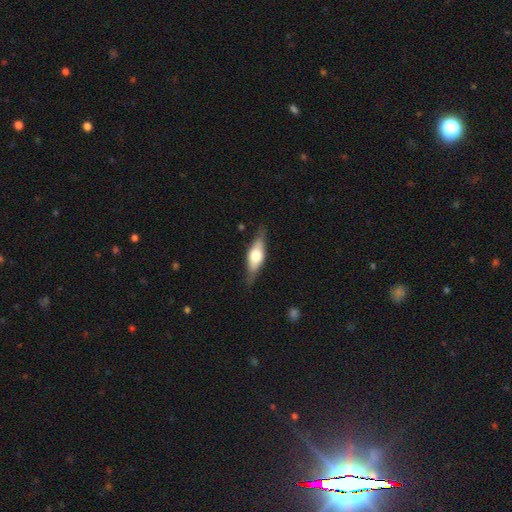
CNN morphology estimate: This appears to be a featured or disk galaxy (51%) viewed edge-on (87%). Merging: none (78%).